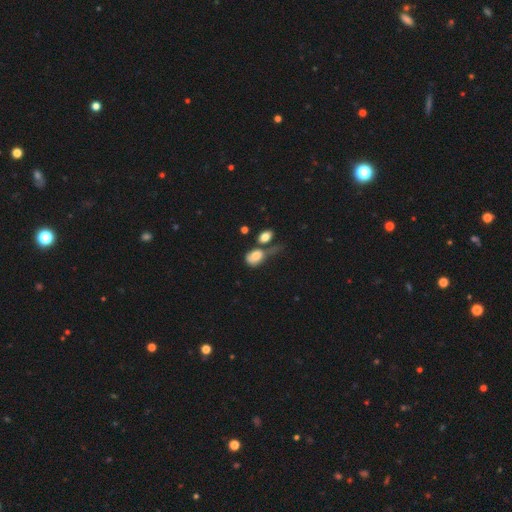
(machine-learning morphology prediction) Smooth or featured?
  - smooth: 74% *
  - featured or disk: 18%
  - star or artifact: 9%
How rounded?
  - in between: 69% *
  - round: 28%
  - cigar-shaped: 3%
Merging?
  - merger: 37% *
  - none: 24%
  - major disturbance: 21%
  - minor disturbance: 18%